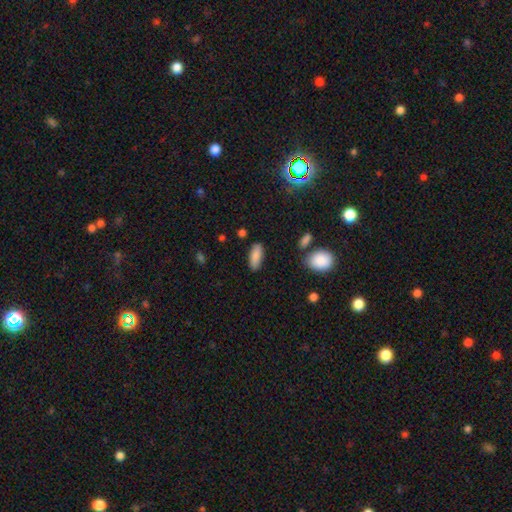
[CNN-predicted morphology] smooth 85%, featured or disk 7%, star or artifact 7%. Down the decision tree: how rounded — in between (77%); merging — none (82%).